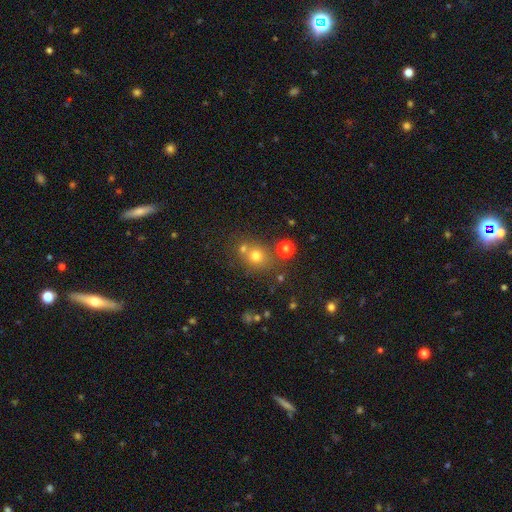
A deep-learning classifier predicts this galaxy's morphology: The model was most divided on "merging": none: 63%, merger: 23%, minor disturbance: 10%, major disturbance: 4%. More confident: how rounded — round (78%); smooth or featured — smooth (68%).